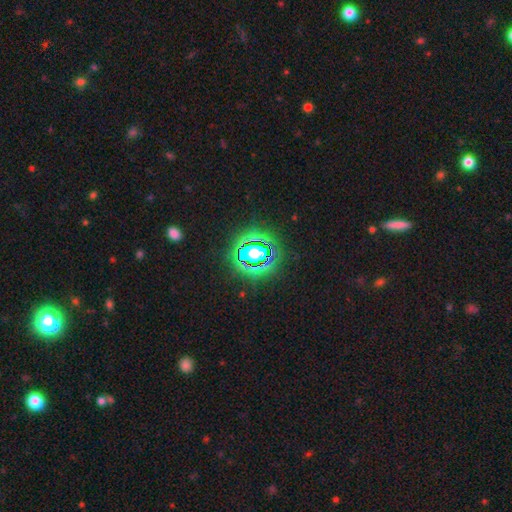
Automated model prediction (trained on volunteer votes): smooth_or_featured: star or artifact (p=0.81) [alt: smooth p=0.12]